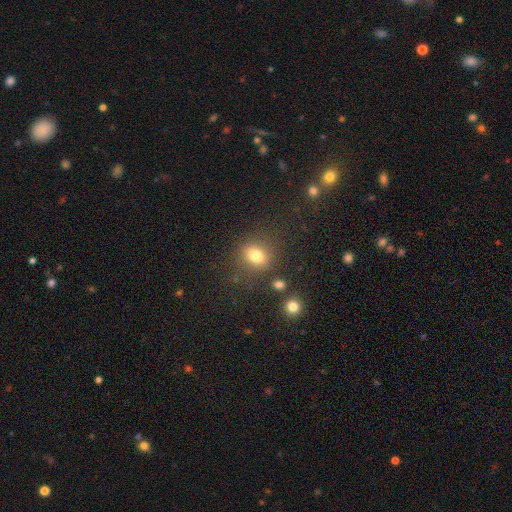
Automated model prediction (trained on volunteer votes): Smooth or featured? Predicted: smooth (p=0.79). How rounded? Predicted: round (p=0.56). Merging? Predicted: none (p=0.78).